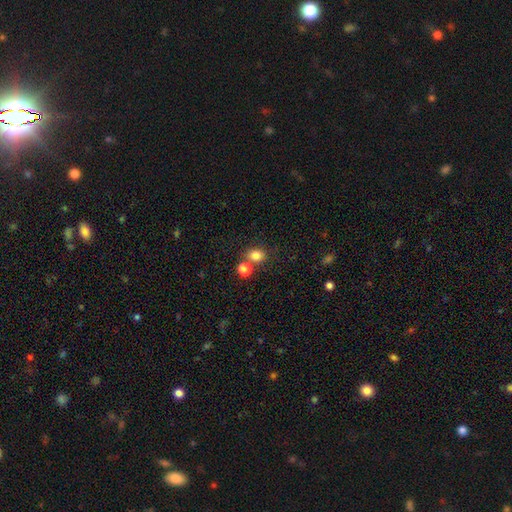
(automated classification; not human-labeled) Smooth or featured? smooth (81%)
How rounded? round (59%)
Merging? none (66%)